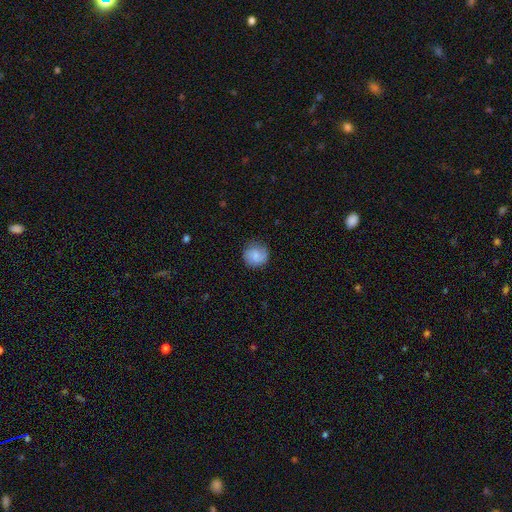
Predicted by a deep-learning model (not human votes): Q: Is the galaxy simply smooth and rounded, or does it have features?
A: smooth — 80%.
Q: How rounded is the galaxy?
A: round — 91%.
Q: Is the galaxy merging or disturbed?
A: none — 81%.